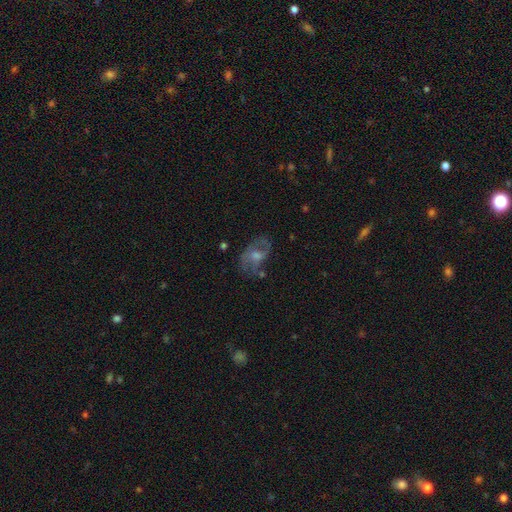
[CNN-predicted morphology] A featured or disk galaxy (68%) with no bar (56%), spiral arms (76%) and a moderate central bulge (57%).

Vote fractions:
- Smooth or featured? featured or disk: 68% / smooth: 21% / star or artifact: 11%
- Edge-on disk? no: 95% / yes: 5%
- Bar? no: 56% / weak: 36% / strong: 7%
- Spiral arms? yes: 76% / no: 24%
- Bulge size? moderate: 57% / small: 27% / large: 9% / none: 6% / dominant: 1%
- Merging? none: 64% / minor disturbance: 20% / major disturbance: 13% / merger: 4%